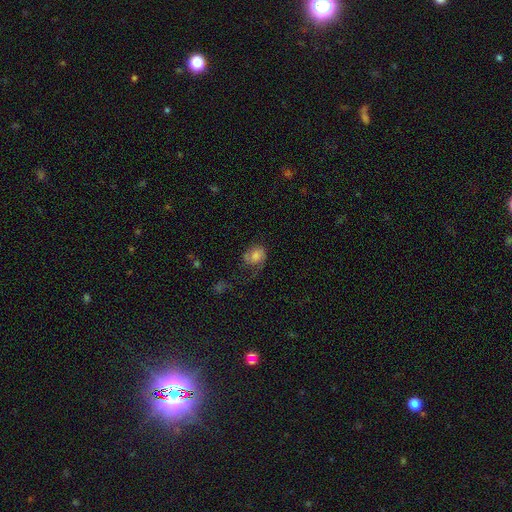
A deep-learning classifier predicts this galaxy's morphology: type=smooth (60%); roundness=round (50%); merging=none (36%).